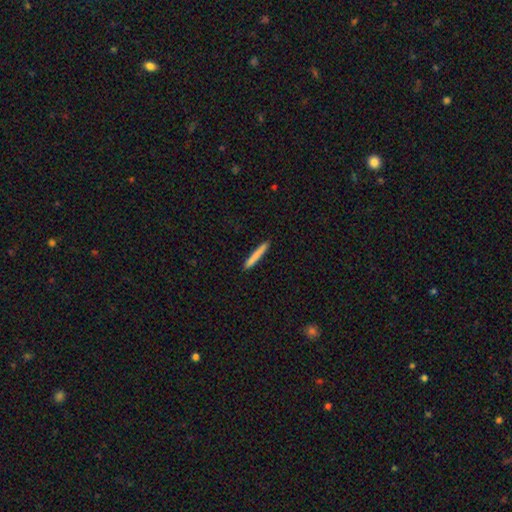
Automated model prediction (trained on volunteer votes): smooth 79%, featured or disk 15%, star or artifact 6%. Down the decision tree: how rounded — cigar-shaped (96%); merging — none (92%).